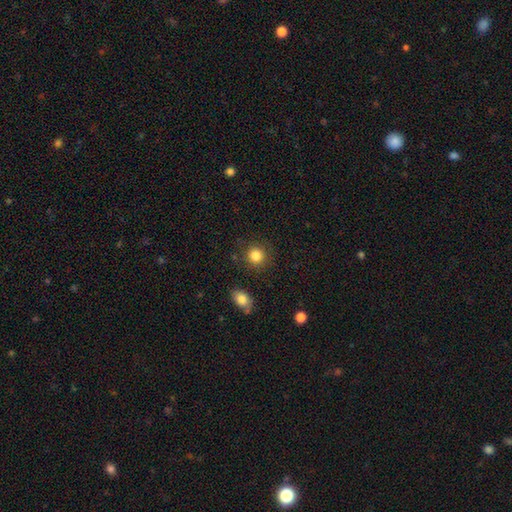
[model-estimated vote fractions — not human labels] Smooth or featured? Predicted: smooth (p=0.84). How rounded? Predicted: round (p=0.90). Merging? Predicted: none (p=0.85).